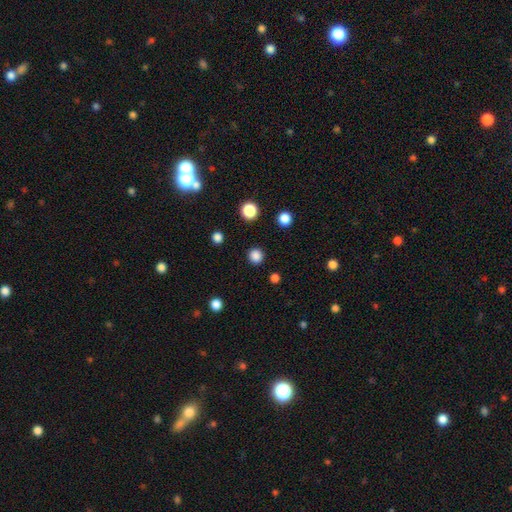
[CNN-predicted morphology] smooth-or-featured: smooth: 85% | star or artifact: 13% | featured or disk: 3%
  how-rounded: round: 93% | in between: 6% | cigar-shaped: 1%
  merging: none: 91% | minor disturbance: 5% | major disturbance: 2% | merger: 1%